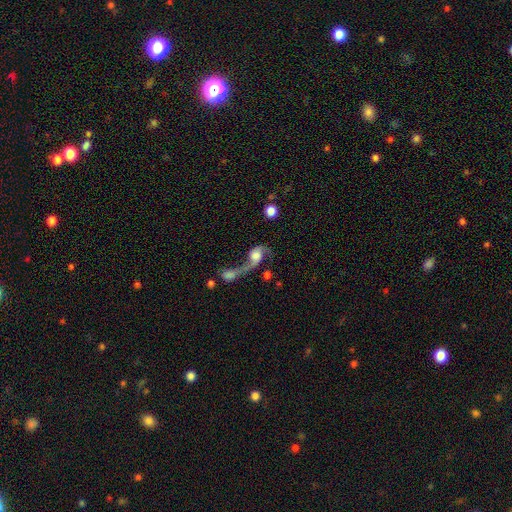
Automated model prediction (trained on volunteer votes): A featured or disk galaxy (69%) with no bar (66%), 2 (71%) loose (82%) spiral arms (87%) and a large central bulge (36%). Merging: merger (64%).